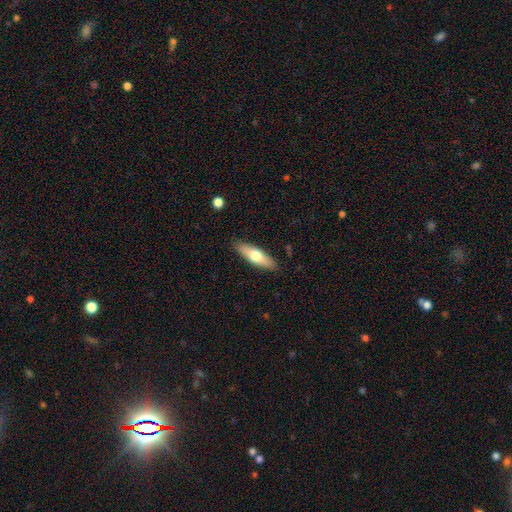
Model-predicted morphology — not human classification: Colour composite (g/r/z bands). It shows a smooth galaxy with no disk features (64%) that is cigar-shaped (50%). Merging: none (88%).